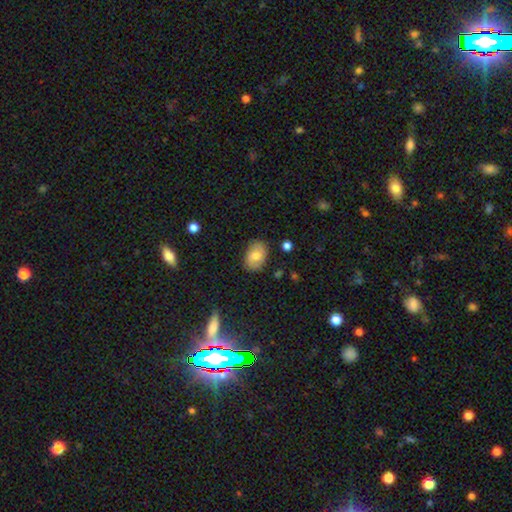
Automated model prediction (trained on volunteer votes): Smooth or featured?
  - smooth: 69% *
  - featured or disk: 23%
  - star or artifact: 8%
How rounded?
  - in between: 79% *
  - round: 20%
  - cigar-shaped: 1%
Merging?
  - none: 81% *
  - minor disturbance: 14%
  - major disturbance: 3%
  - merger: 1%